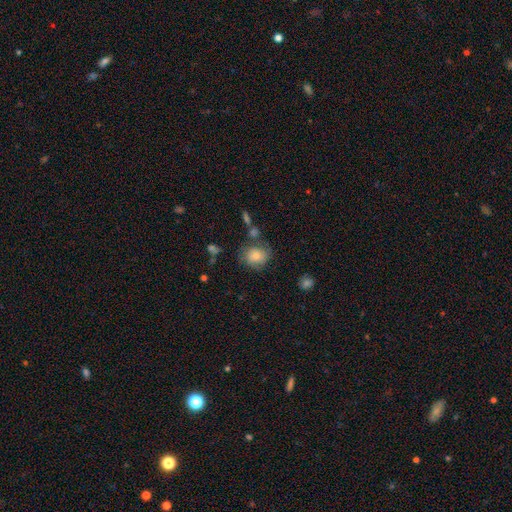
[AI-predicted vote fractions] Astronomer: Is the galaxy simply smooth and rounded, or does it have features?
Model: smooth — 69%.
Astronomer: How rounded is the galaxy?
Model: round — 70%.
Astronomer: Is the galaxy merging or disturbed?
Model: none — 61%.